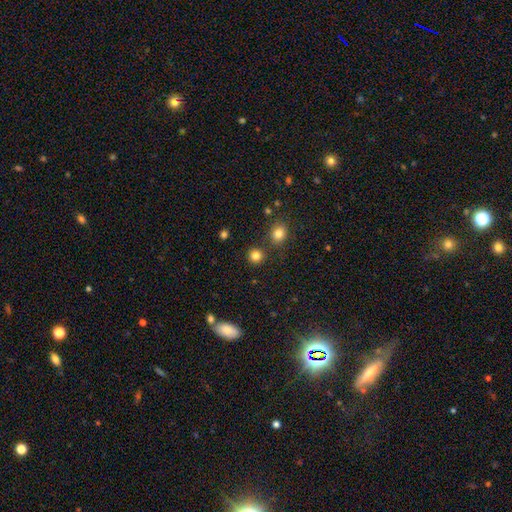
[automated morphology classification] Overall: smooth (82%). How rounded: round (91%). Merging: none (84%).